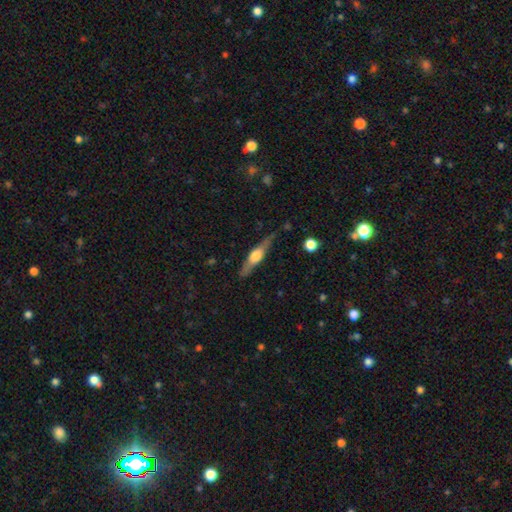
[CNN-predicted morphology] Smooth or featured? featured or disk (62%)
Edge-on disk? yes (94%)
Edge-on bulge? rounded (84%)
Merging? none (80%)